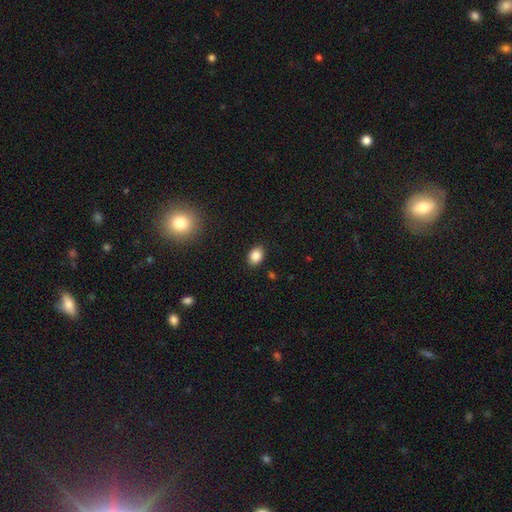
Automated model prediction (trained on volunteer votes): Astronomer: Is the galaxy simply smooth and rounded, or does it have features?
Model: smooth — 85%.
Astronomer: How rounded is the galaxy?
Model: in between — 71%.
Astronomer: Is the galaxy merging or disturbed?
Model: none — 87%.